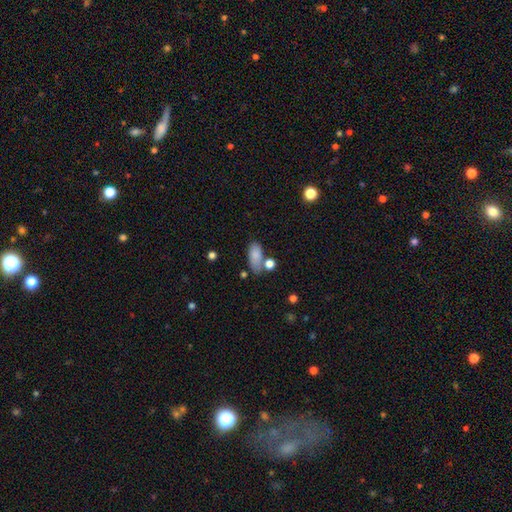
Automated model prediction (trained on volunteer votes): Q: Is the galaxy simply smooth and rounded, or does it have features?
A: smooth — 82%.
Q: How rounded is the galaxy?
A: in between — 88%.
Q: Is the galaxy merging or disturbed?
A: none — 54%.